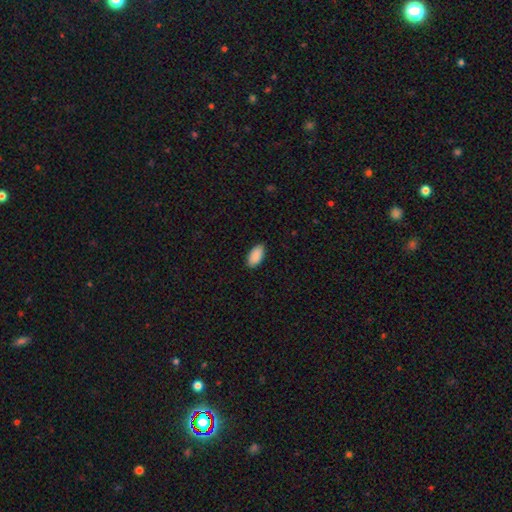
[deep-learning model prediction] Q: Smooth or featured?
A: smooth (91%); runner-up: star or artifact (6%)
Q: How rounded?
A: in between (95%); runner-up: cigar-shaped (2%)
Q: Merging?
A: none (87%); runner-up: minor disturbance (10%)